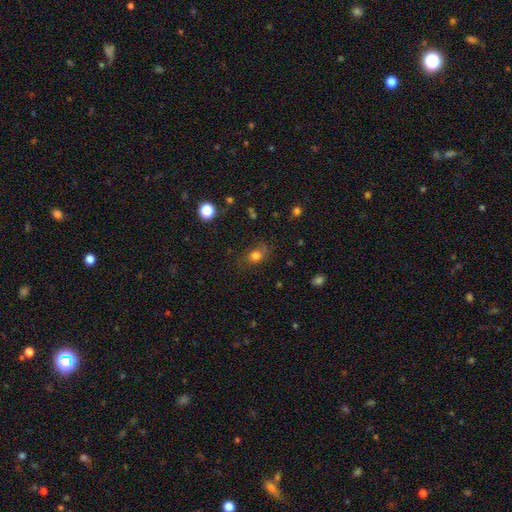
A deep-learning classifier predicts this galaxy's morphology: smooth_or_featured: smooth (p=0.74) [alt: star or artifact p=0.15]
how_rounded: round (p=0.59) [alt: in between p=0.39]
merging: none (p=0.67) [alt: minor disturbance p=0.21]